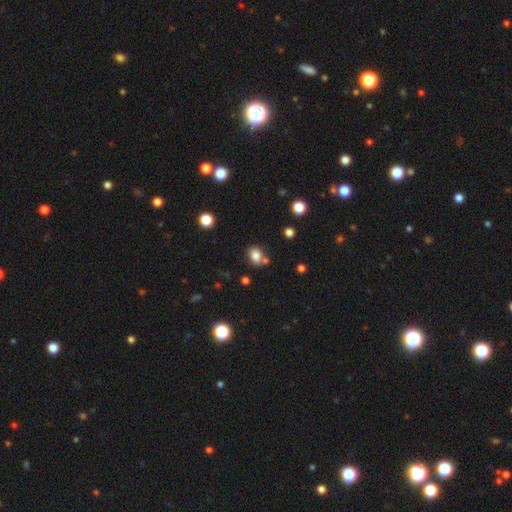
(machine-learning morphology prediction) Smooth or featured? Predicted: smooth (p=0.82). How rounded? Predicted: in between (p=0.58). Merging? Predicted: none (p=0.66).